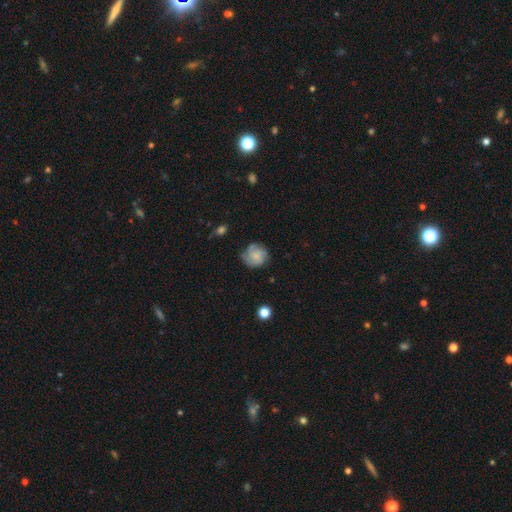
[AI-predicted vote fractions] Morphology: type=featured or disk (46%); merging=none (70%).